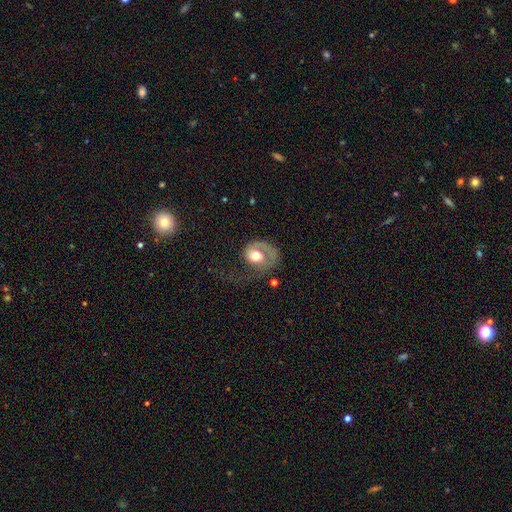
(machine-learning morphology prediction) A featured or disk galaxy (62%) with no bar (77%), spiral arms (81%) and a moderate central bulge (60%).

Vote fractions:
- Smooth or featured? featured or disk: 62% / smooth: 31% / star or artifact: 7%
- Edge-on disk? no: 97% / yes: 3%
- Bar? no: 77% / weak: 19% / strong: 4%
- Spiral arms? yes: 81% / no: 19%
- Bulge size? moderate: 60% / large: 29% / small: 6% / dominant: 3% / none: 1%
- Merging? major disturbance: 47% / none: 31% / minor disturbance: 19% / merger: 3%